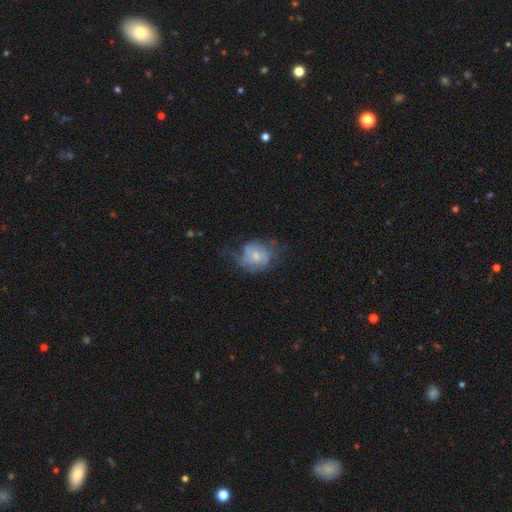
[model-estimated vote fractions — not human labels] A featured or disk galaxy (48%). Merging: none (42%).